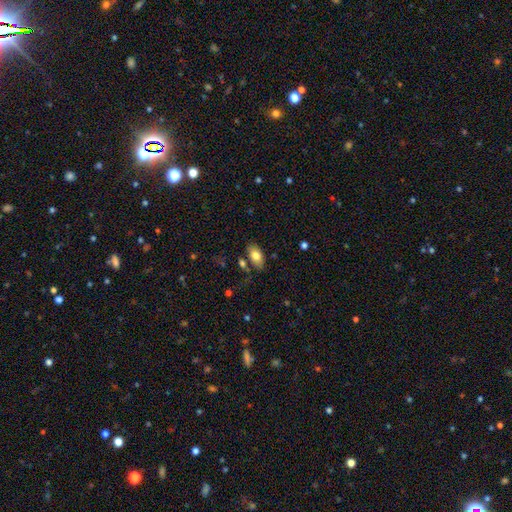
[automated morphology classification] smooth 79%, featured or disk 14%, star or artifact 7%. Down the decision tree: how rounded — in between (93%); merging — none (76%).